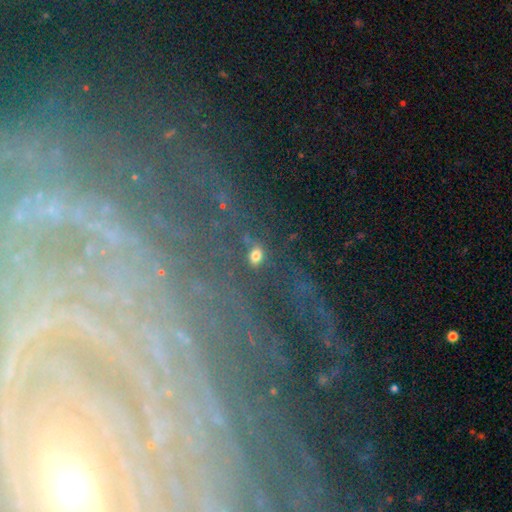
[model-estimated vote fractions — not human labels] Smooth or featured? Predicted: smooth (p=0.57). How rounded? Predicted: in between (p=0.64). Merging? Predicted: none (p=0.65).